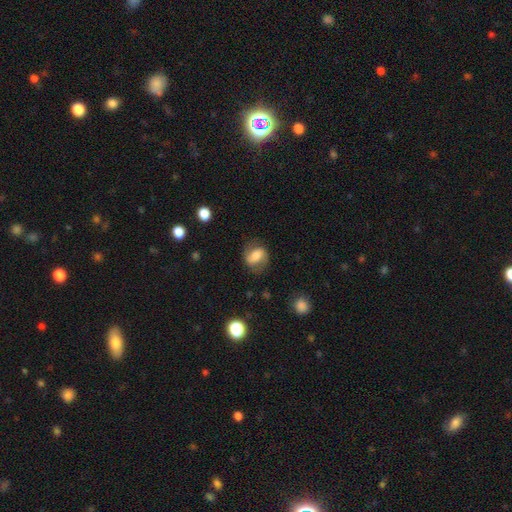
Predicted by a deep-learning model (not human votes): This is possibly a smooth galaxy (50%). How rounded: possibly in between (58%). Merging: likely none (71%).